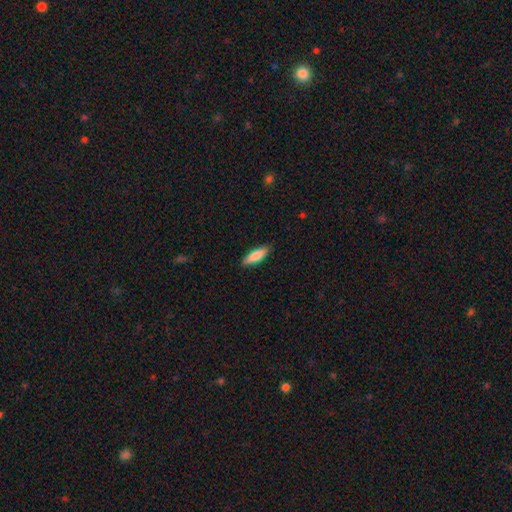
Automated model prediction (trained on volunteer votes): Overall: smooth (83%). How rounded: cigar-shaped (52%; in between 47%). Merging: none (88%).